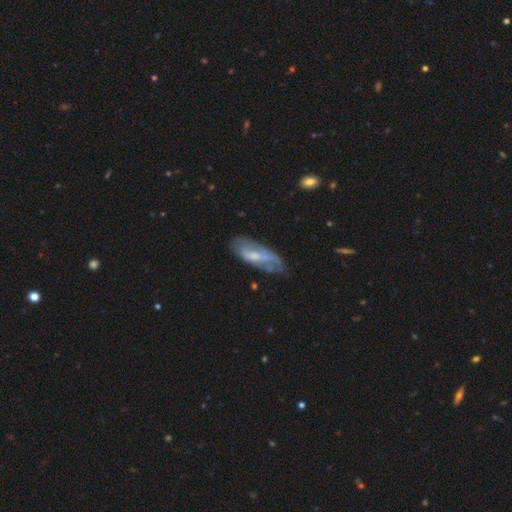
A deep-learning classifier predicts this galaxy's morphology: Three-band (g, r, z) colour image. It shows a featured or disk galaxy (56%). Merging: none (53%).